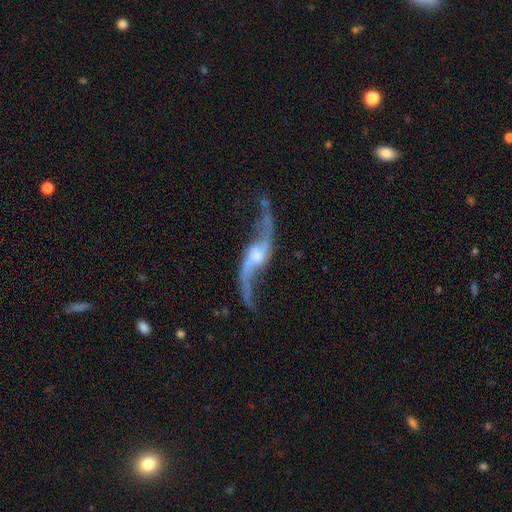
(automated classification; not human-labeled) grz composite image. It shows a featured or disk galaxy (91%) with a weak bar (43%), 2 (94%) loose (94%) spiral arms (96%) and a small central bulge (39%). Merging: none (69%).